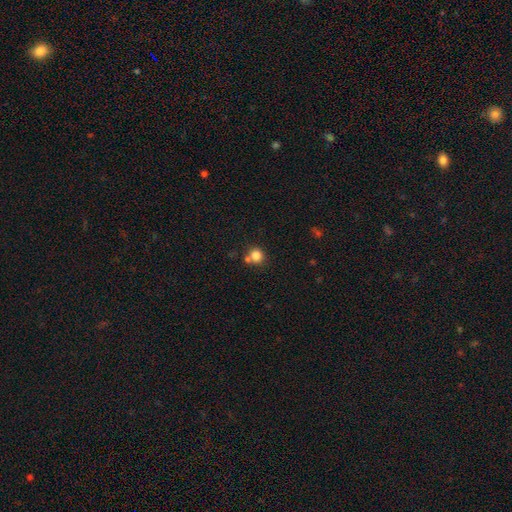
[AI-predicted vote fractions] A smooth galaxy with no disk features (83%) that is round (90%). Merging: none (67%).